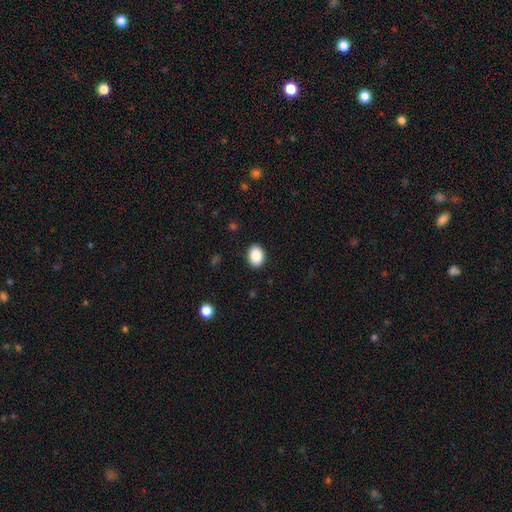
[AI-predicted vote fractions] Smooth or featured?
  - smooth: 88% *
  - star or artifact: 8%
  - featured or disk: 4%
How rounded?
  - in between: 69% *
  - round: 30%
  - cigar-shaped: 1%
Merging?
  - none: 90% *
  - minor disturbance: 7%
  - major disturbance: 2%
  - merger: 1%